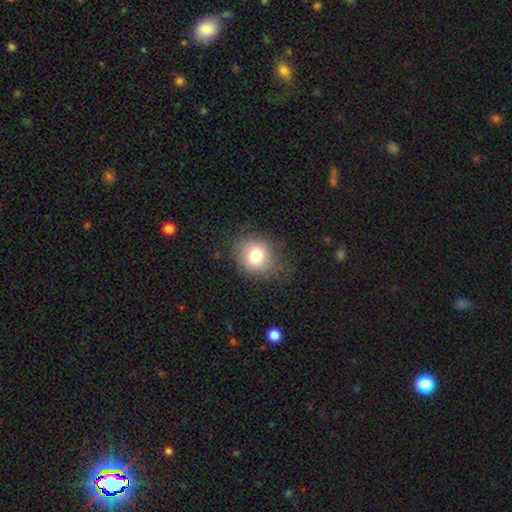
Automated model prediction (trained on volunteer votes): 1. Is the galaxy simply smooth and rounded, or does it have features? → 77% smooth, 12% star or artifact, 11% featured or disk.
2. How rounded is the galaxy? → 79% round, 20% in between, 1% cigar-shaped.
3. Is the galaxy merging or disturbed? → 77% none, 16% minor disturbance, 6% major disturbance, 1% merger.